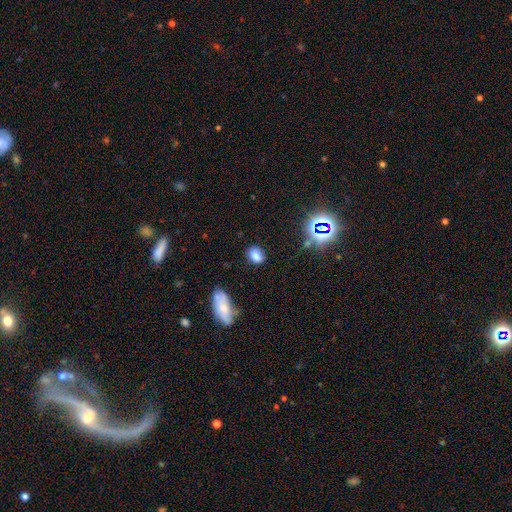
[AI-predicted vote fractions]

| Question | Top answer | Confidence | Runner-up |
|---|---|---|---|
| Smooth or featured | smooth | 77% | star or artifact (15%) |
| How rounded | in between | 70% | round (28%) |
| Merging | none | 77% | minor disturbance (16%) |